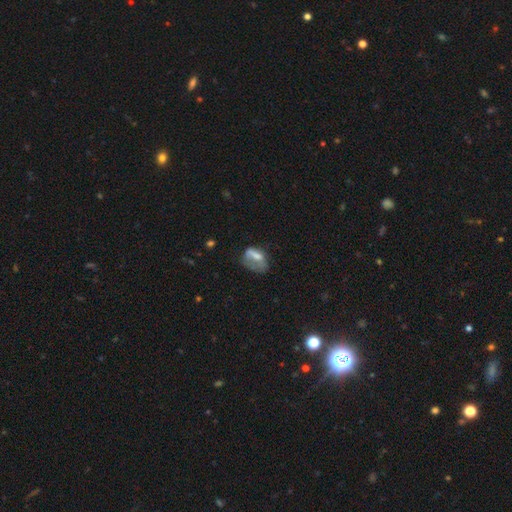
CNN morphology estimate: This is possibly a smooth galaxy (55%). How rounded: likely in between (75%). Merging: marginally major disturbance (42%).